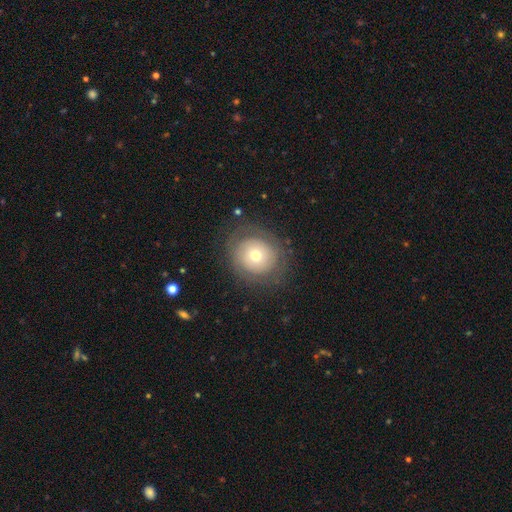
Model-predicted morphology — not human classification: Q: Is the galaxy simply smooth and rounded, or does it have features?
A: smooth — 51%.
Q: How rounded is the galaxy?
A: round — 86%.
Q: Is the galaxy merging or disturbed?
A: none — 78%.